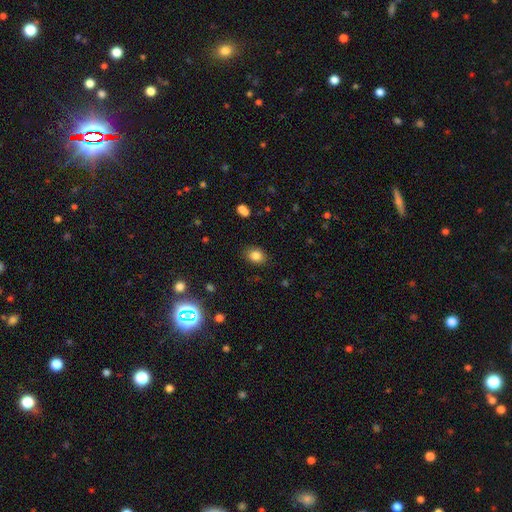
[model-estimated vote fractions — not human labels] Smooth or featured: smooth — 82% (star or artifact — 12%)
How rounded: in between — 53% (round — 46%)
Merging: none — 86% (minor disturbance — 10%)